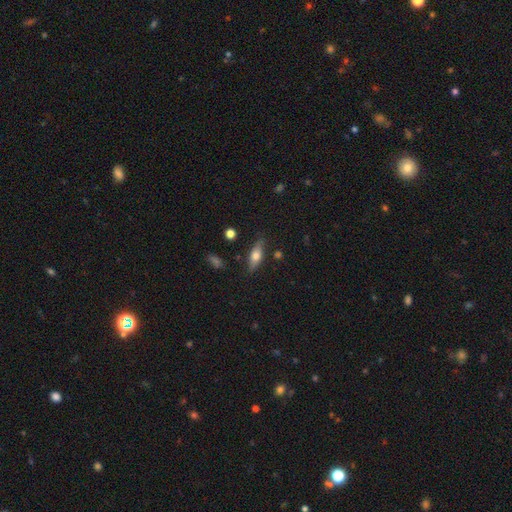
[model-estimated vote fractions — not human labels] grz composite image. It shows a smooth galaxy with no disk features (57%) that is in between round and cigar-shaped (57%). Merging: none (81%).